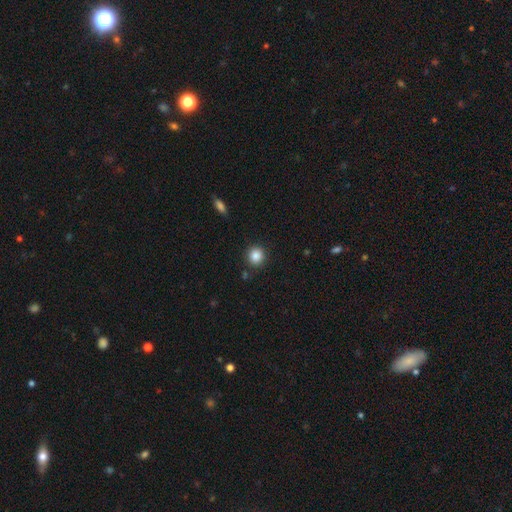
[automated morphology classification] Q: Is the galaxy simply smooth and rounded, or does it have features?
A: smooth — 86%.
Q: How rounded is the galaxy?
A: round — 89%.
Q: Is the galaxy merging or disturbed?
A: none — 88%.